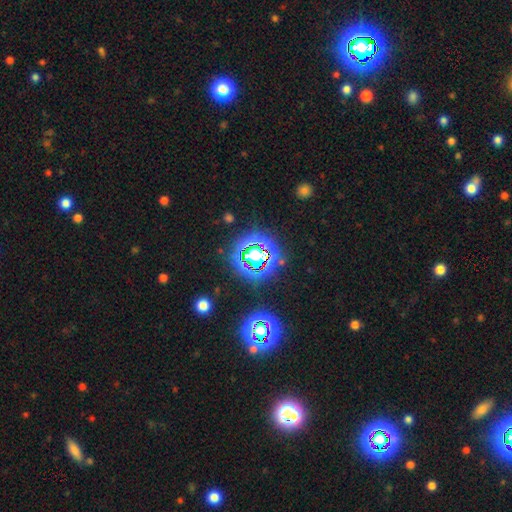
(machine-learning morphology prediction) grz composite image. It shows a star or artifact, not a galaxy (68%).